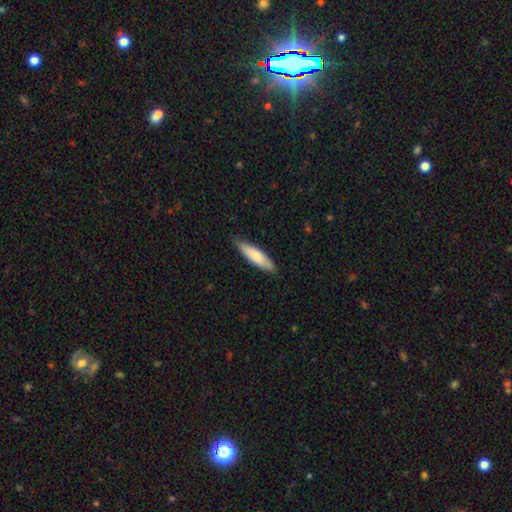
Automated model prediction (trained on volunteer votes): Overall: smooth (80%). How rounded: cigar-shaped (64%; in between 35%). Merging: none (82%).